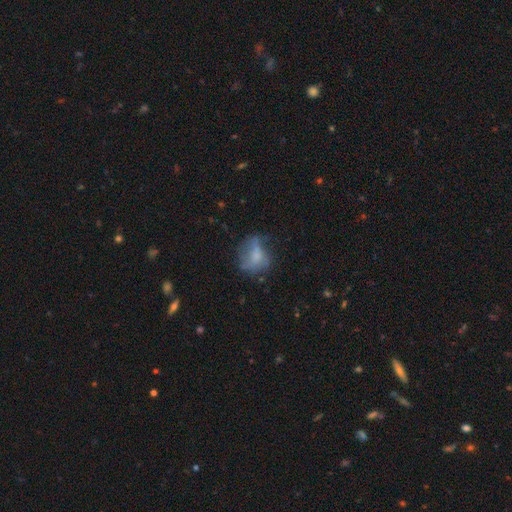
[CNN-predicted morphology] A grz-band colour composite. It shows a smooth galaxy with no disk features (57%) that is in between round and cigar-shaped (53%). Merging: none (42%).